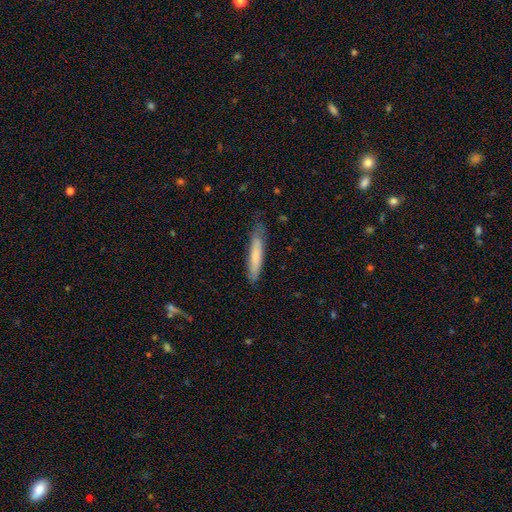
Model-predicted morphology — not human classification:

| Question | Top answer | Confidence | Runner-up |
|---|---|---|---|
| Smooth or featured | smooth | 70% | featured or disk (24%) |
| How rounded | cigar-shaped | 90% | in between (9%) |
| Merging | none | 70% | minor disturbance (23%) |